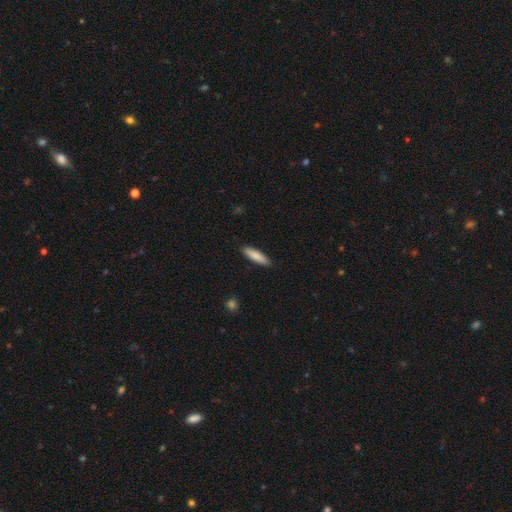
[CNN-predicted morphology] A smooth galaxy with no disk features (84%) that is cigar-shaped (72%). Merging: none (90%).